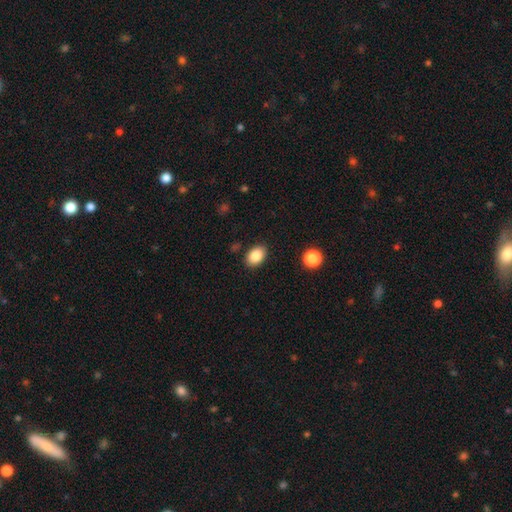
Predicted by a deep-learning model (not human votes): The model was most divided on "how rounded": in between: 83%, round: 16%, cigar-shaped: 1%. More confident: merging — none (88%); smooth or featured — smooth (86%).